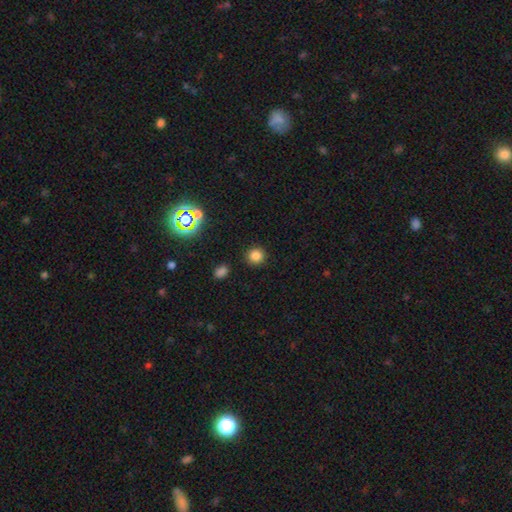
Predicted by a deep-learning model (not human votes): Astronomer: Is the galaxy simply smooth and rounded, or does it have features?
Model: smooth — 81%.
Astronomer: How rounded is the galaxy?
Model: round — 92%.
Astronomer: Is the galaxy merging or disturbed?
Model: none — 90%.